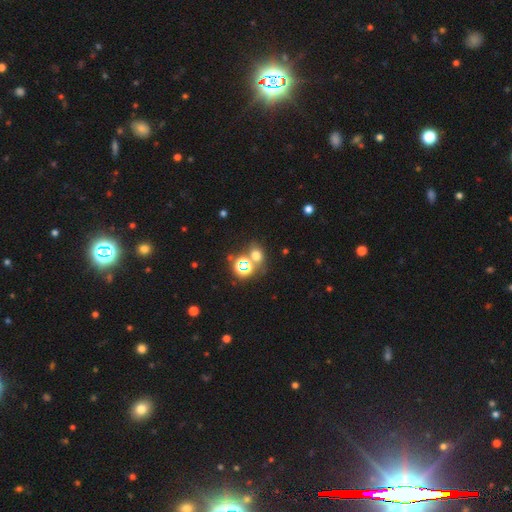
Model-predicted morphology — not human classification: A smooth galaxy with no disk features (56%) that is round (62%).

Vote fractions:
- Smooth or featured? smooth: 56% / star or artifact: 34% / featured or disk: 9%
- How rounded? round: 62% / in between: 37% / cigar-shaped: 1%
- Merging? none: 64% / merger: 22% / minor disturbance: 9% / major disturbance: 5%